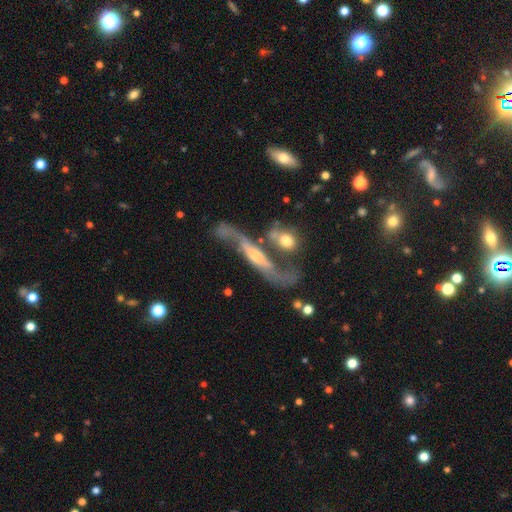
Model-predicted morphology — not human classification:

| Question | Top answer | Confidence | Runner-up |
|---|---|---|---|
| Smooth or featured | featured or disk | 82% | smooth (11%) |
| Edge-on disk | no | 72% | yes (28%) |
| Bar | no | 42% | weak (32%) |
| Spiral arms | yes | 90% | no (10%) |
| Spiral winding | loose | 77% | medium (17%) |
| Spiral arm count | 2 | 88% | 1 (5%) |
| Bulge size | moderate | 44% | small (42%) |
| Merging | none | 42% | merger (25%) |